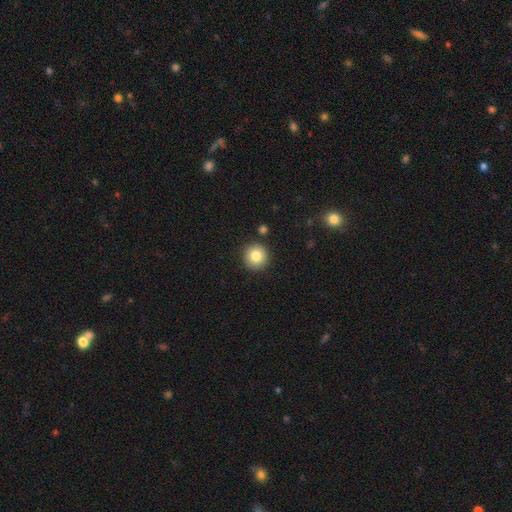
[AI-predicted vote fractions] Morphology: type=smooth (83%); roundness=round (94%); merging=none (89%).